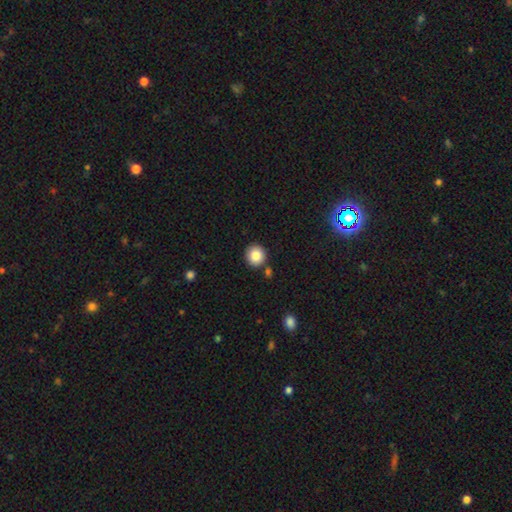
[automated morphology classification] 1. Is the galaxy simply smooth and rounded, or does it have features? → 85% smooth, 9% star or artifact, 6% featured or disk.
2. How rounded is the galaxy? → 91% round, 8% in between, 1% cigar-shaped.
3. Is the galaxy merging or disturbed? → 85% none, 7% minor disturbance, 6% merger, 2% major disturbance.